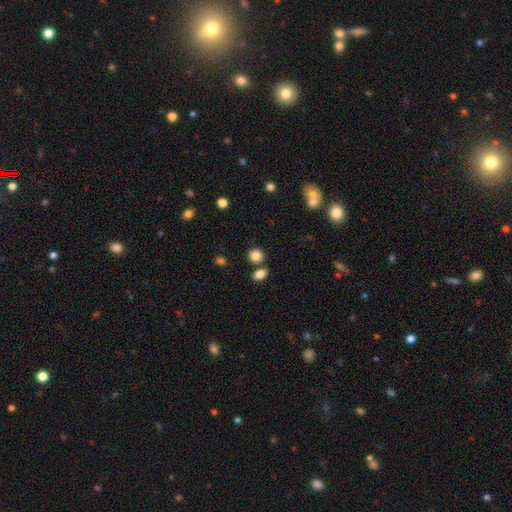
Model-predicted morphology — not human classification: smooth_or_featured: smooth (p=0.84) [alt: star or artifact p=0.11]
how_rounded: round (p=0.74) [alt: in between p=0.25]
merging: none (p=0.74) [alt: merger p=0.14]